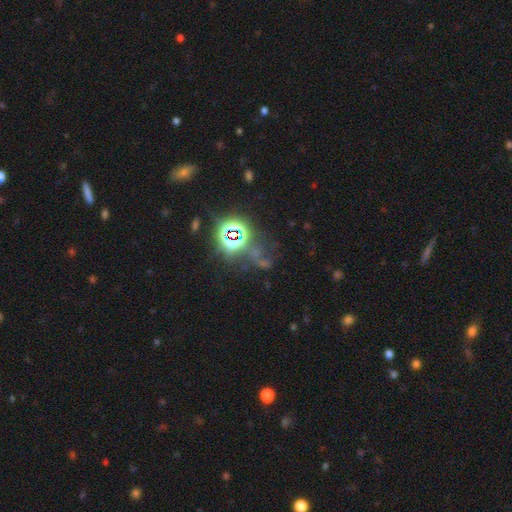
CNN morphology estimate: A star or artifact, not a galaxy (71%).

Vote fractions:
- Smooth or featured? star or artifact: 71% / smooth: 17% / featured or disk: 12%